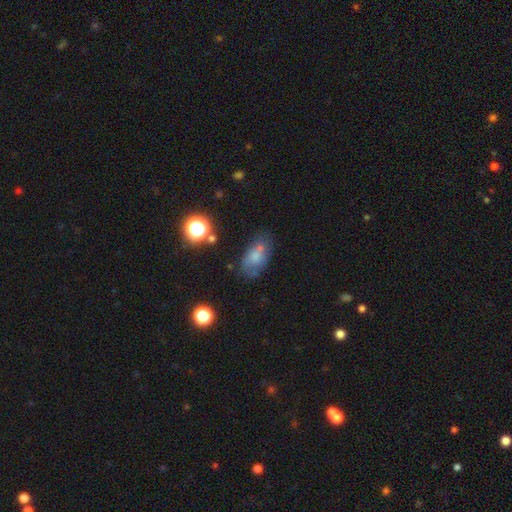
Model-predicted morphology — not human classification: smooth_or_featured: smooth (p=0.61) [alt: featured or disk p=0.25]
how_rounded: in between (p=0.87) [alt: round p=0.09]
merging: none (p=0.51) [alt: minor disturbance p=0.26]